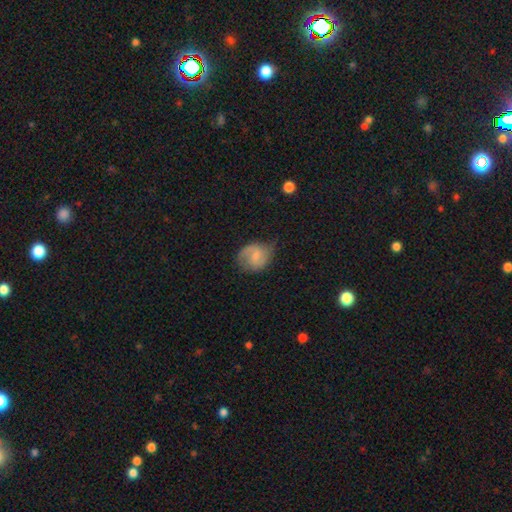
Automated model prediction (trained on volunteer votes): This is possibly a featured or disk galaxy (51%). It is clearly not viewed edge-on (97%). Merging: possibly none (59%).